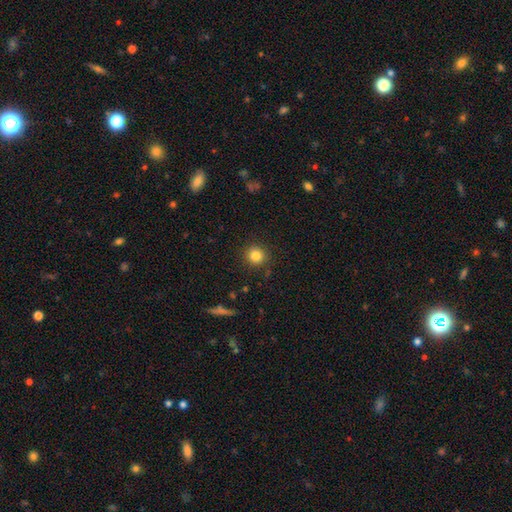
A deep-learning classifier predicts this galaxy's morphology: The model was most divided on "smooth or featured": smooth: 83%, star or artifact: 11%, featured or disk: 6%. More confident: how rounded — round (93%); merging — none (89%).